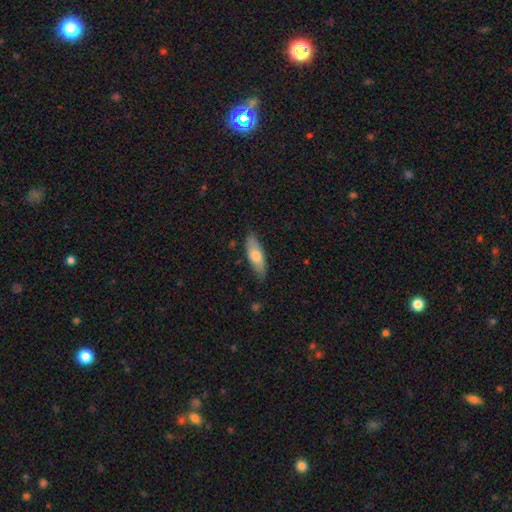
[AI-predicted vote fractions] Q: Smooth or featured?
A: smooth (69%); runner-up: featured or disk (25%)
Q: How rounded?
A: in between (58%); runner-up: cigar-shaped (40%)
Q: Merging?
A: none (82%); runner-up: minor disturbance (14%)